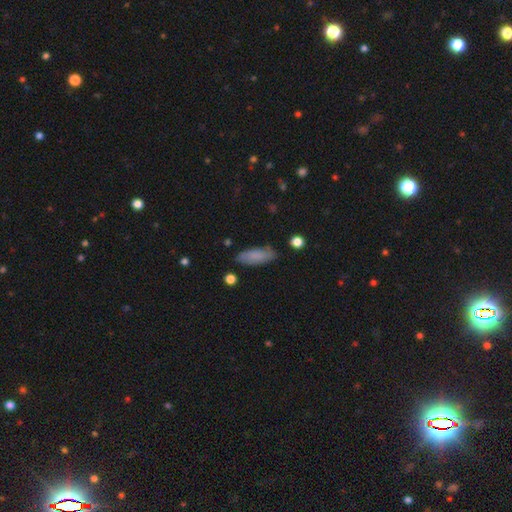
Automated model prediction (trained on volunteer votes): The model was most divided on "how rounded": in between: 66%, cigar-shaped: 32%, round: 2%. More confident: merging — none (80%); smooth or featured — smooth (80%).